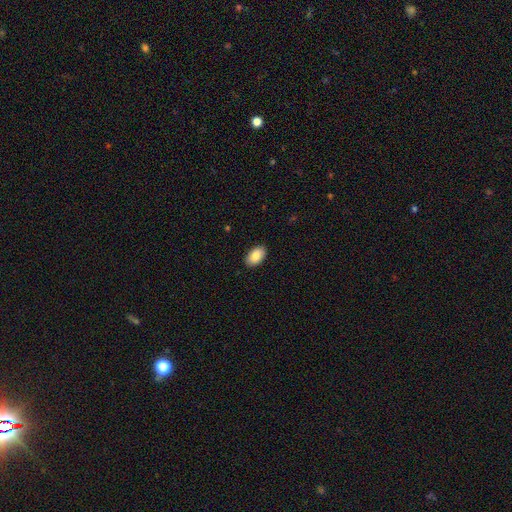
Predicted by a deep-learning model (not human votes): This is clearly a smooth galaxy (88%). How rounded: clearly in between (94%). Merging: clearly none (90%).